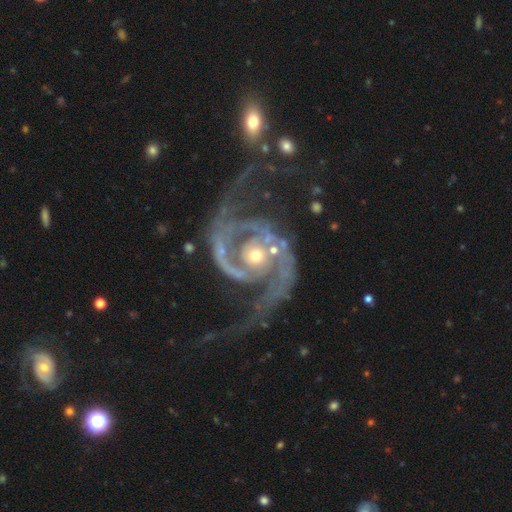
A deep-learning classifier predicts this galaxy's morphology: type=featured or disk (92%); edge-on=no (98%); bar=no (75%); spiral arms=yes (97%); winding=medium (48%); arm count=2 (78%); bulge=small (49%); merging=none (44%).